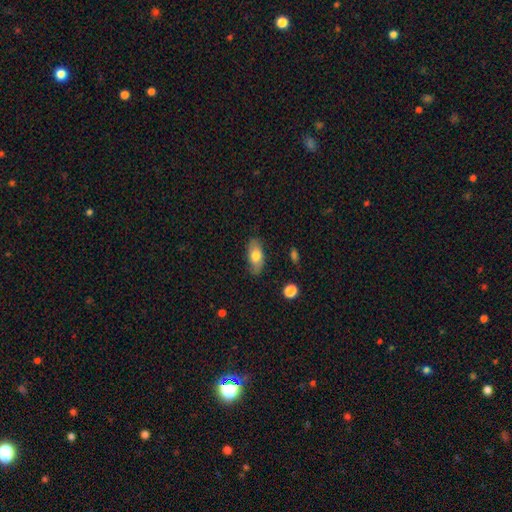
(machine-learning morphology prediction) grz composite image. It shows a smooth galaxy with no disk features (74%) that is in between round and cigar-shaped (90%). Merging: none (81%).